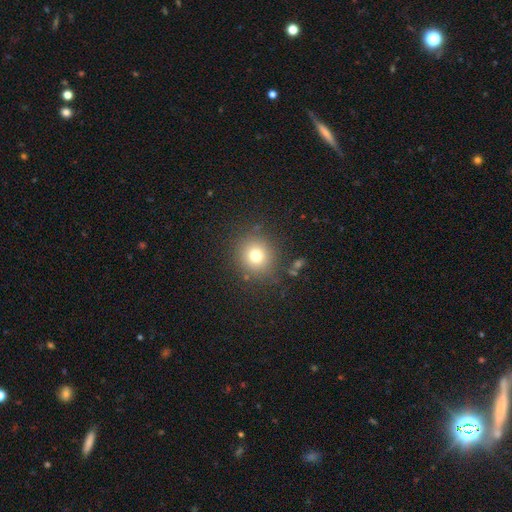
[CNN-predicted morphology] Smooth or featured: smooth — 76% (star or artifact — 14%)
How rounded: round — 88% (in between — 11%)
Merging: none — 85% (minor disturbance — 9%)